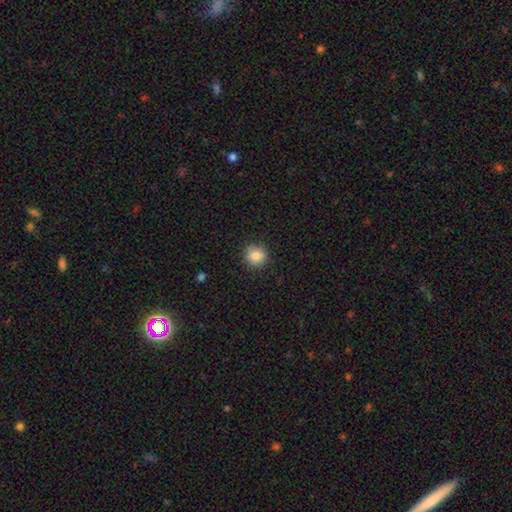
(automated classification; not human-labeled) A smooth galaxy with no disk features (85%) that is round (88%). Merging: none (86%).